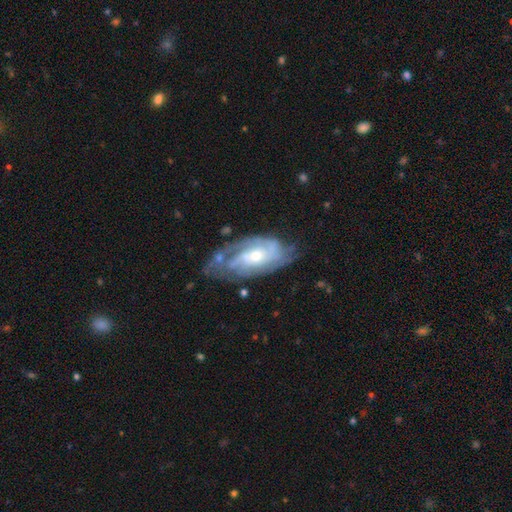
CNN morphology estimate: A featured or disk galaxy (82%) with no bar (65%), tight (56%) spiral arms (92%) and a moderate central bulge (52%).

Vote fractions:
- Smooth or featured? featured or disk: 82% / smooth: 12% / star or artifact: 6%
- Edge-on disk? no: 93% / yes: 7%
- Bar? no: 65% / weak: 28% / strong: 7%
- Spiral arms? yes: 92% / no: 8%
- Spiral winding? tight: 56% / medium: 33% / loose: 11%
- Spiral arm count? can't tell: 38% / 2: 29% / 3: 17% / 4: 7% / 1: 5% / more than 4: 4%
- Bulge size? moderate: 52% / small: 42% / large: 4% / none: 1% / dominant: 1%
- Merging? none: 59% / minor disturbance: 24% / major disturbance: 13% / merger: 4%